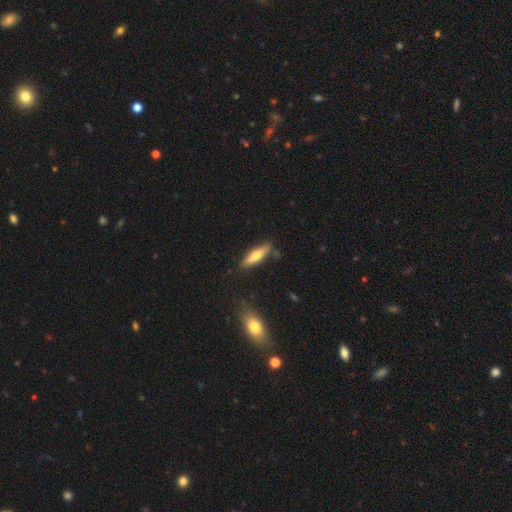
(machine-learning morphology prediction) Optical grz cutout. It shows a smooth galaxy with no disk features (64%) that is cigar-shaped (66%). Merging: none (78%).